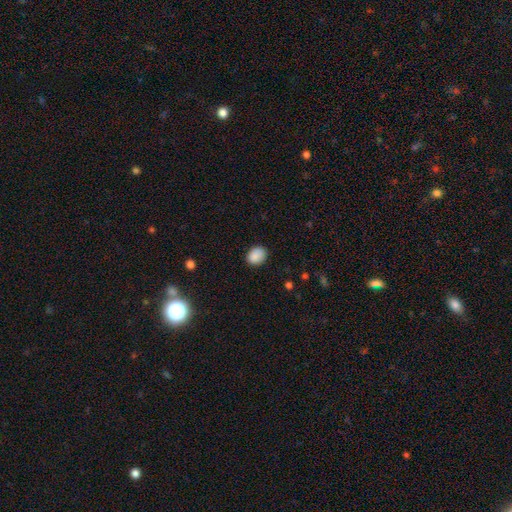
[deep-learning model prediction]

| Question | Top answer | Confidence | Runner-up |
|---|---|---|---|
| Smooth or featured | smooth | 89% | star or artifact (8%) |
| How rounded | in between | 56% | round (43%) |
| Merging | none | 87% | minor disturbance (10%) |